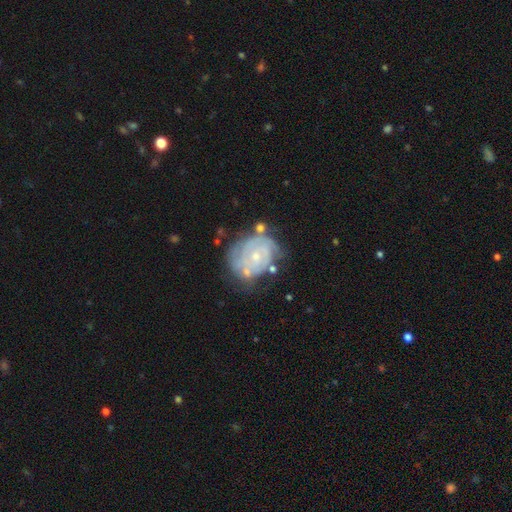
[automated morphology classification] smooth-or-featured: featured or disk: 80% | smooth: 14% | star or artifact: 6%
  disk-edge-on: no: 98% | yes: 2%
    bar: no: 77% | weak: 19% | strong: 3%
    has-spiral-arms: yes: 86% | no: 14%
      spiral-winding: tight: 73% | medium: 21% | loose: 6%
      spiral-arm-count: can't tell: 46% | 2: 23% | 3: 15% | 4: 7% | 1: 5% | more than 4: 4%
    bulge-size: small: 66% | moderate: 30% | none: 2% | large: 1% | dominant: 1%
  merging: none: 56% | minor disturbance: 24% | major disturbance: 12% | merger: 8%